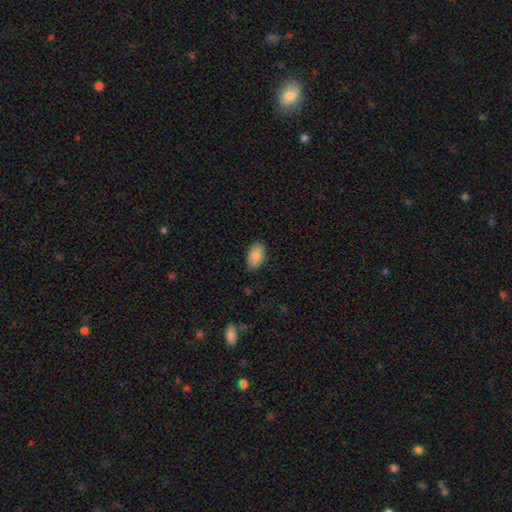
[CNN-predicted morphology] Overall: smooth (89%). How rounded: in between (93%). Merging: none (86%).